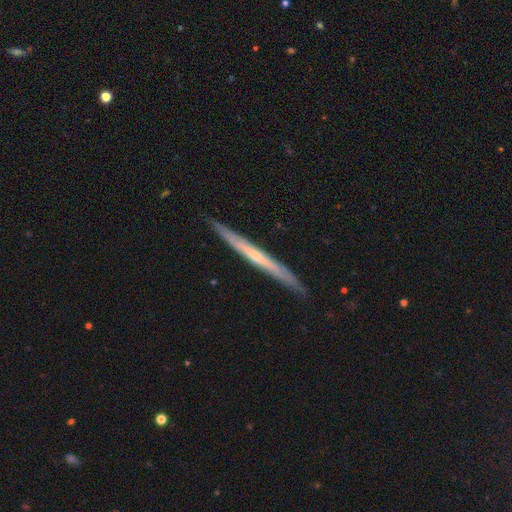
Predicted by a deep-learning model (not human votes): The model was most divided on "smooth or featured": featured or disk: 64%, smooth: 31%, star or artifact: 6%. More confident: edge-on disk — yes (95%); merging — none (89%); edge-on bulge — none (67%).